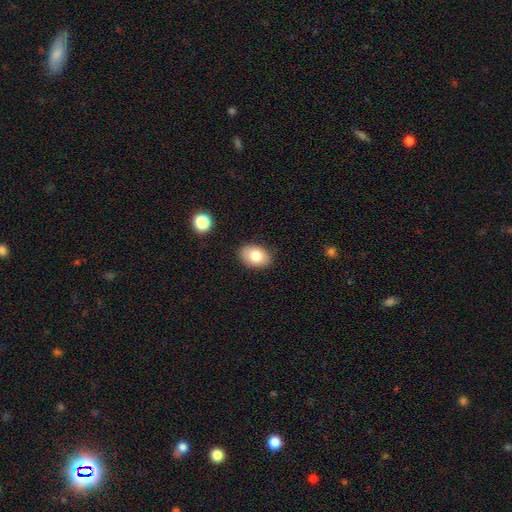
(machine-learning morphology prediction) smooth 80%, featured or disk 12%, star or artifact 8%. Down the decision tree: how rounded — in between (83%); merging — none (87%).